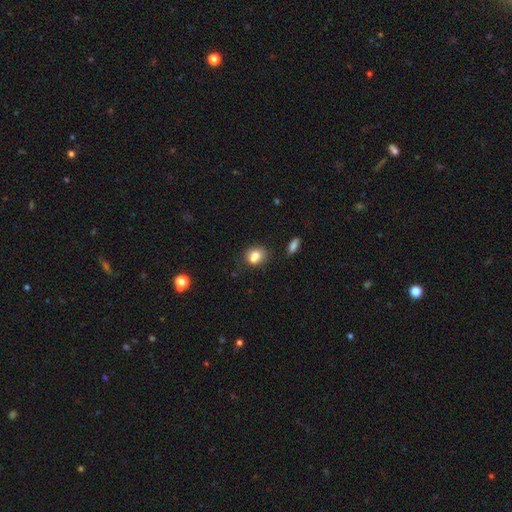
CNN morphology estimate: The model was most divided on "merging": none: 42%, merger: 40%, minor disturbance: 13%, major disturbance: 4%. More confident: smooth or featured — smooth (74%); how rounded — round (56%).